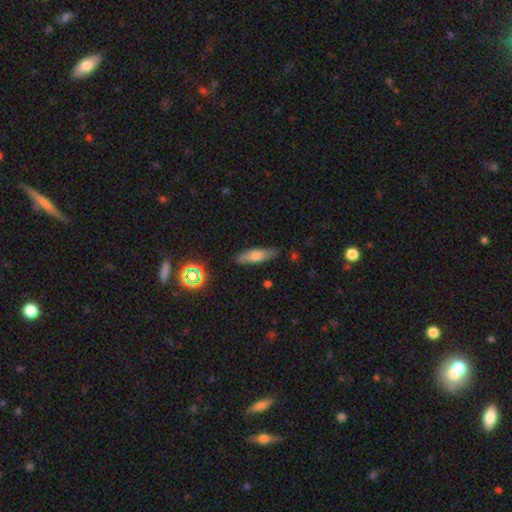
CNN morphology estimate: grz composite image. It shows a smooth galaxy with no disk features (64%) that is cigar-shaped (55%). Merging: none (81%).